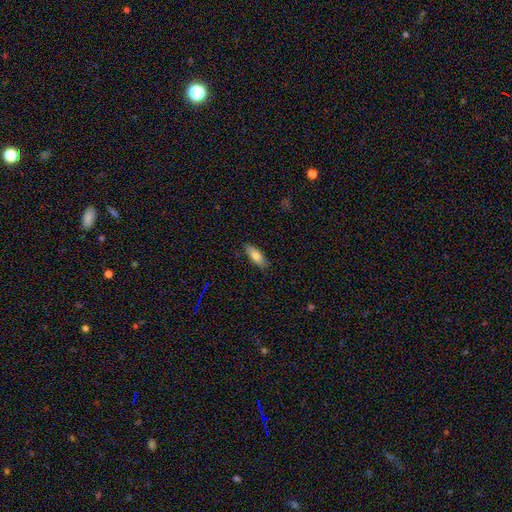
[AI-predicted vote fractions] Q: Smooth or featured?
A: smooth (77%); runner-up: featured or disk (16%)
Q: How rounded?
A: in between (67%); runner-up: cigar-shaped (31%)
Q: Merging?
A: none (85%); runner-up: minor disturbance (12%)